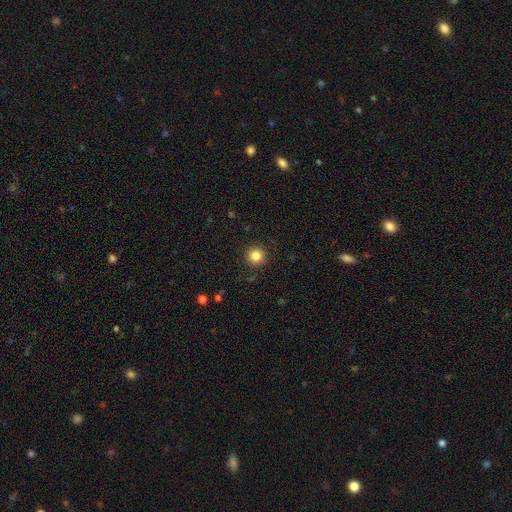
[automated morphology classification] type=smooth (83%); roundness=round (95%); merging=none (91%).